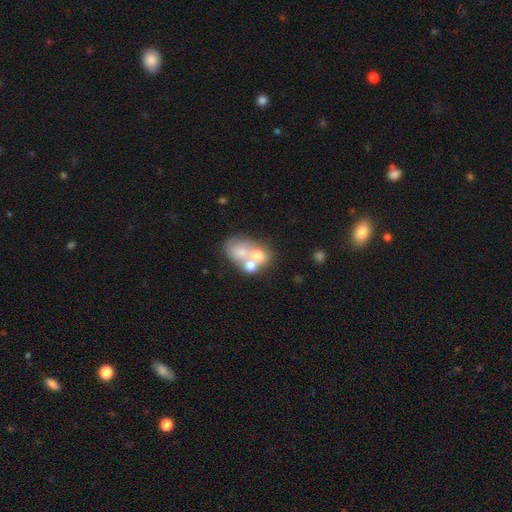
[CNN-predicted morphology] Smooth or featured?
  - smooth: 54% *
  - featured or disk: 33%
  - star or artifact: 13%
How rounded?
  - in between: 61% *
  - round: 38%
  - cigar-shaped: 1%
Merging?
  - merger: 60% *
  - none: 24%
  - minor disturbance: 8%
  - major disturbance: 8%